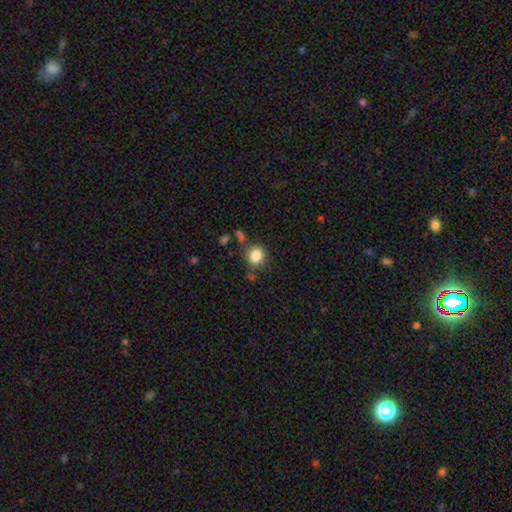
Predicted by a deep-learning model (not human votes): smooth 85%, star or artifact 10%, featured or disk 5%. Down the decision tree: how rounded — round (77%); merging — none (74%).